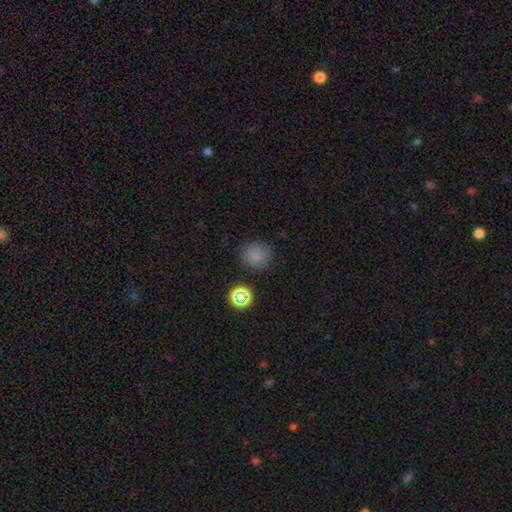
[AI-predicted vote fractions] A smooth galaxy with no disk features (78%) that is round (89%).

Vote fractions:
- Smooth or featured? smooth: 78% / star or artifact: 16% / featured or disk: 6%
- How rounded? round: 89% / in between: 10% / cigar-shaped: 1%
- Merging? none: 83% / minor disturbance: 11% / major disturbance: 3% / merger: 2%